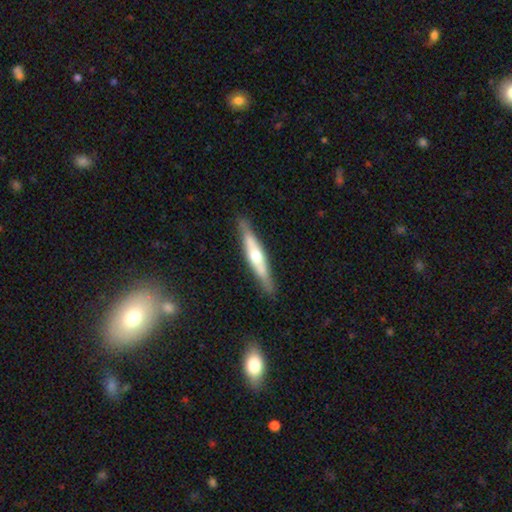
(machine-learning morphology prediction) type=featured or disk (60%); edge-on=yes (91%); edge-on bulge=rounded (82%); merging=none (86%).